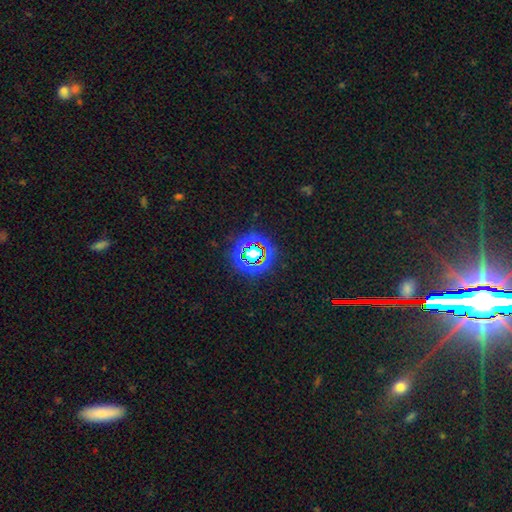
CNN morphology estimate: smooth-or-featured: star or artifact: 64% | smooth: 25% | featured or disk: 11%